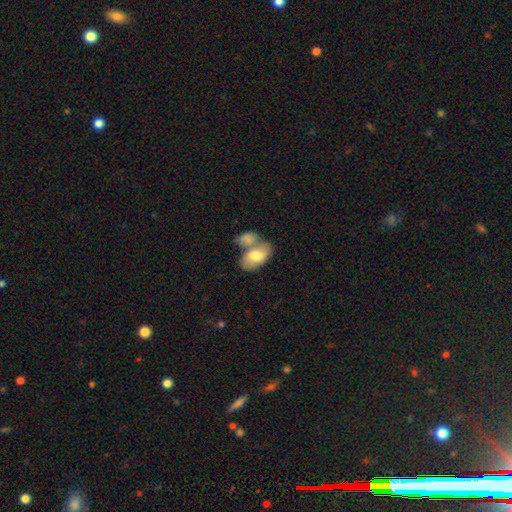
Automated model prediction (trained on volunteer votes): Smooth or featured? Predicted: smooth (p=0.66). How rounded? Predicted: in between (p=0.92). Merging? Predicted: merger (p=0.54).